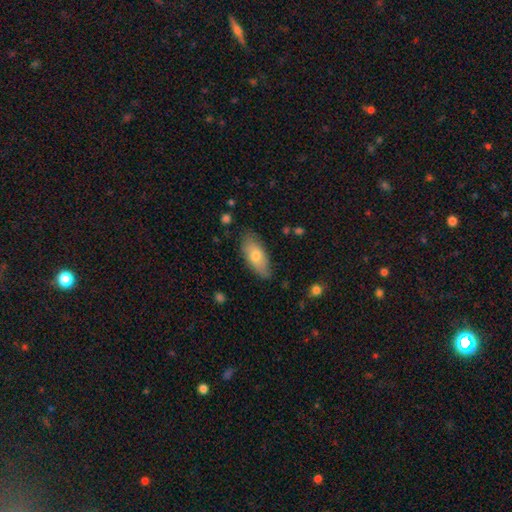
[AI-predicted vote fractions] Smooth or featured: smooth — 70% (featured or disk — 24%)
How rounded: in between — 85% (cigar-shaped — 12%)
Merging: none — 75% (minor disturbance — 20%)